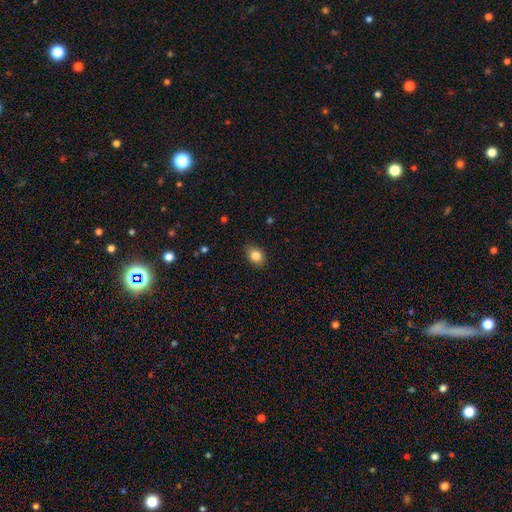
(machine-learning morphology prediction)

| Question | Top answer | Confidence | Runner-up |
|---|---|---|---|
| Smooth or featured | smooth | 84% | star or artifact (9%) |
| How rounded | in between | 65% | round (34%) |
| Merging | none | 83% | minor disturbance (14%) |